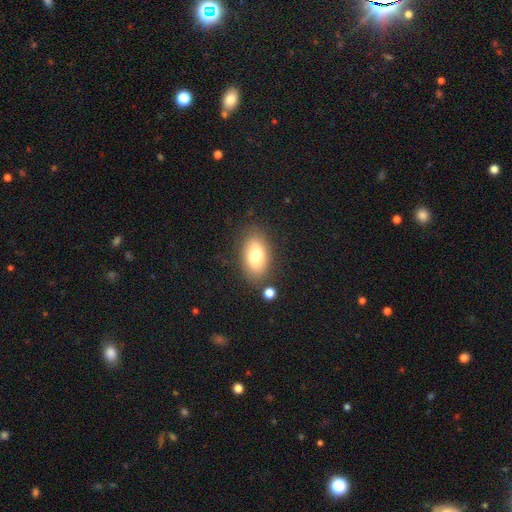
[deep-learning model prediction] Q: Smooth or featured?
A: smooth (74%); runner-up: featured or disk (18%)
Q: How rounded?
A: in between (90%); runner-up: round (7%)
Q: Merging?
A: none (78%); runner-up: minor disturbance (13%)